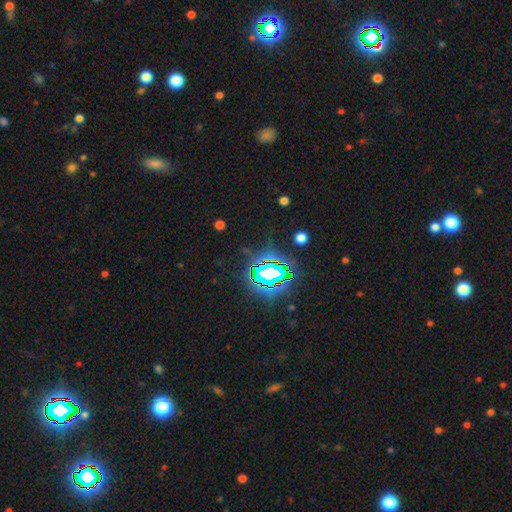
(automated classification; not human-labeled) smooth_or_featured: star or artifact (p=0.81) [alt: smooth p=0.12]